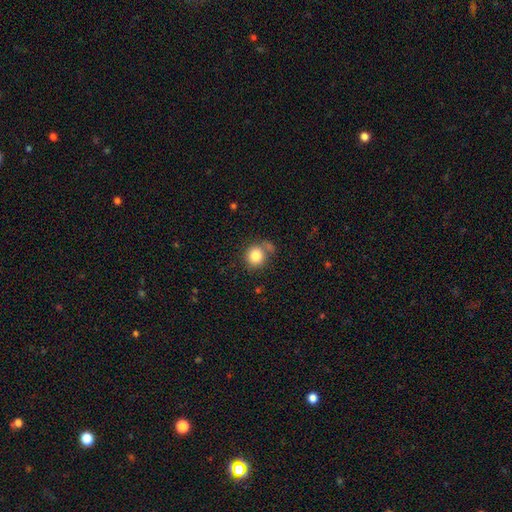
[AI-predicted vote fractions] Q: Smooth or featured?
A: smooth (82%); runner-up: star or artifact (10%)
Q: How rounded?
A: round (85%); runner-up: in between (14%)
Q: Merging?
A: none (66%); runner-up: minor disturbance (15%)